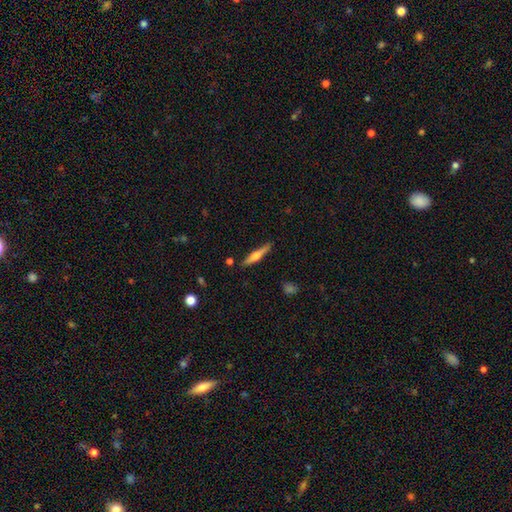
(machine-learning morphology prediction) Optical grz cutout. It shows a featured or disk galaxy (54%) viewed edge-on (96%) with a rounded central bulge (89%). Merging: none (85%).